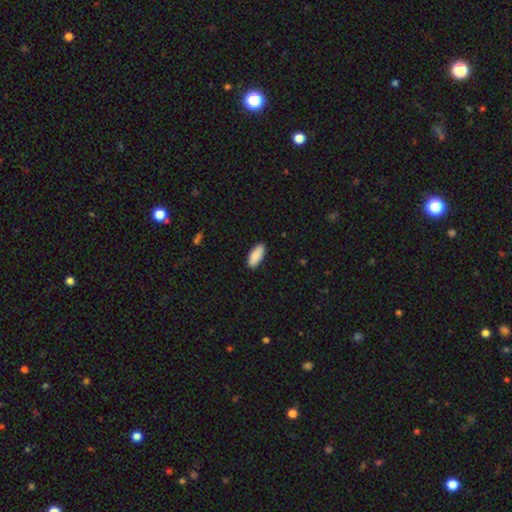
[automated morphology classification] A smooth galaxy with no disk features (90%) that is in between round and cigar-shaped (86%).

Vote fractions:
- Smooth or featured? smooth: 90% / star or artifact: 6% / featured or disk: 4%
- How rounded? in between: 86% / cigar-shaped: 12% / round: 2%
- Merging? none: 88% / minor disturbance: 9% / major disturbance: 2% / merger: 1%